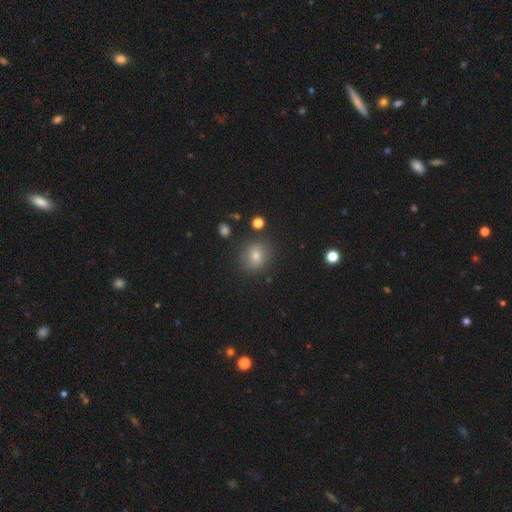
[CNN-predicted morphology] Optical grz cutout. It shows a smooth galaxy with no disk features (73%) that is round (76%). Merging: none (85%).